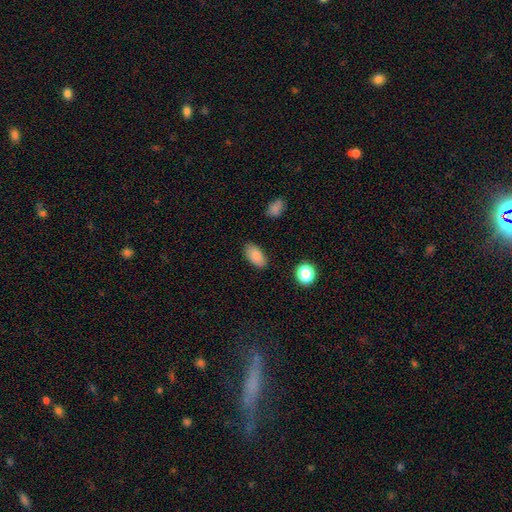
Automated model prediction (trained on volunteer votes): Smooth or featured: smooth — 86% (star or artifact — 9%)
How rounded: in between — 93% (round — 4%)
Merging: none — 84% (minor disturbance — 12%)